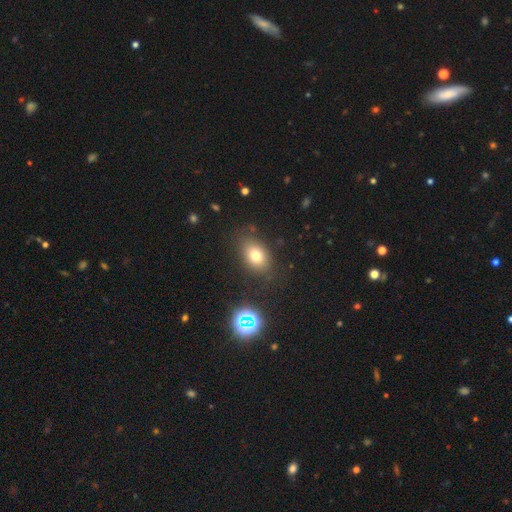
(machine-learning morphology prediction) Smooth or featured: smooth — 74% (star or artifact — 14%)
How rounded: in between — 78% (round — 21%)
Merging: none — 80% (minor disturbance — 13%)